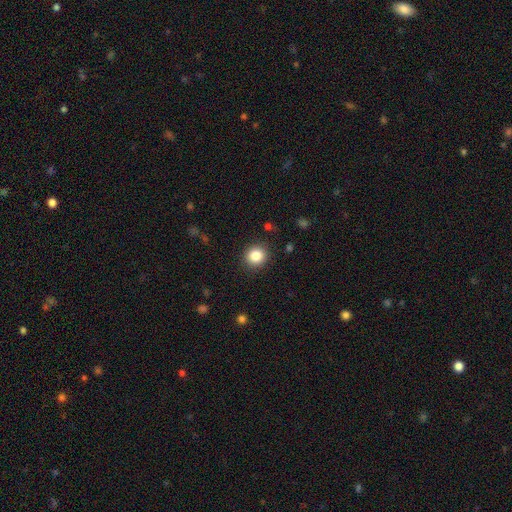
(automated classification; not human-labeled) This is clearly a smooth galaxy (85%). How rounded: clearly round (84%). Merging: clearly none (89%).